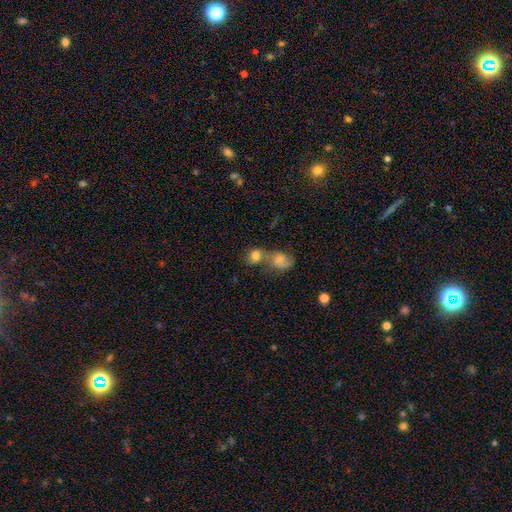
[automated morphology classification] A smooth galaxy with no disk features (73%) that is round (60%).

Vote fractions:
- Smooth or featured? smooth: 73% / featured or disk: 17% / star or artifact: 10%
- How rounded? round: 60% / in between: 38% / cigar-shaped: 2%
- Merging? merger: 62% / none: 26% / minor disturbance: 7% / major disturbance: 4%